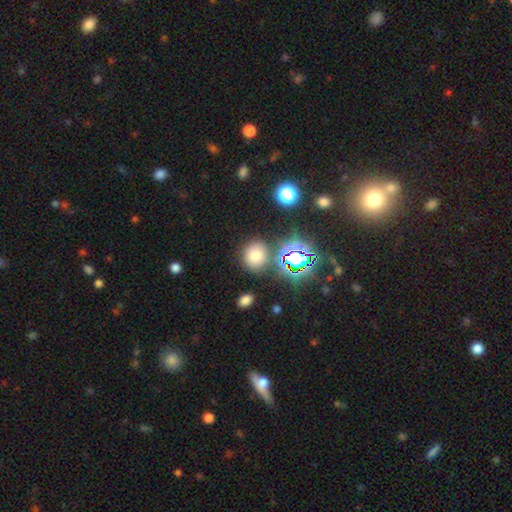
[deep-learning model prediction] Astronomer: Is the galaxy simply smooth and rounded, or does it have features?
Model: smooth — 68%.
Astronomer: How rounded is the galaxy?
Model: round — 75%.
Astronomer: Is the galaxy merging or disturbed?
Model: none — 78%.